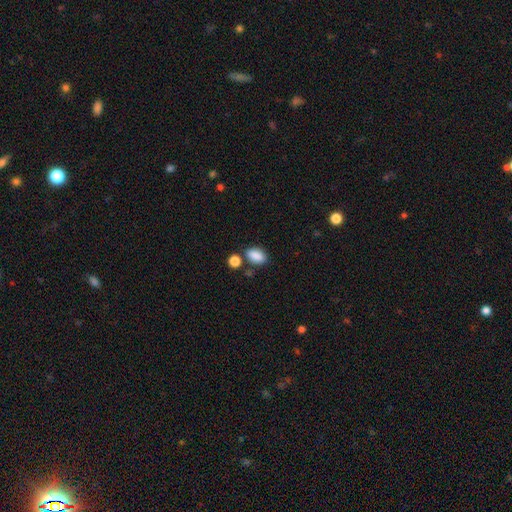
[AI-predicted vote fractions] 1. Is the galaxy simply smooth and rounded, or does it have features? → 87% smooth, 9% star or artifact, 4% featured or disk.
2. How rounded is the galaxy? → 86% in between, 13% round, 2% cigar-shaped.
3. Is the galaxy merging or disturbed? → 71% none, 13% minor disturbance, 11% merger, 4% major disturbance.